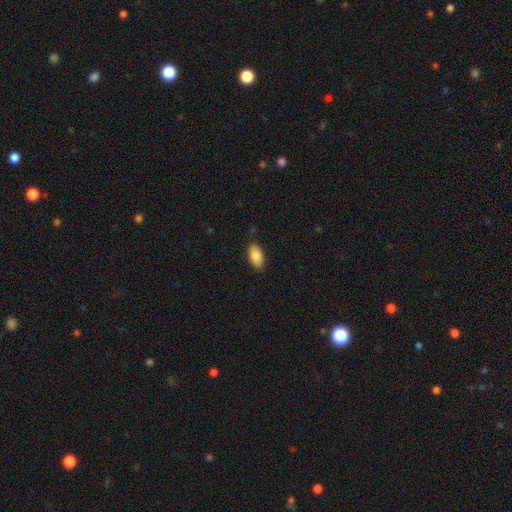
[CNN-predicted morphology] smooth_or_featured: smooth (p=0.86) [alt: featured or disk p=0.07]
how_rounded: in between (p=0.93) [alt: cigar-shaped p=0.05]
merging: none (p=0.86) [alt: minor disturbance p=0.11]